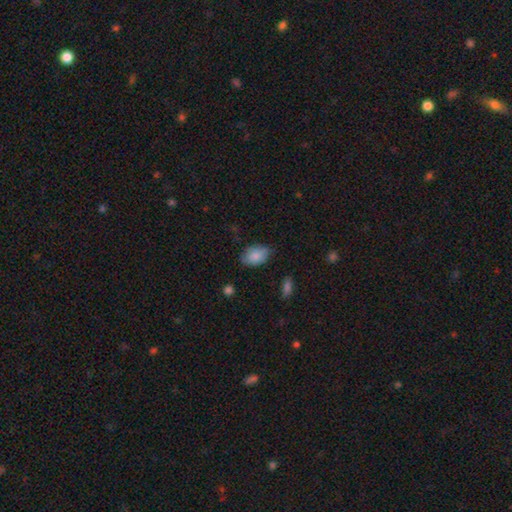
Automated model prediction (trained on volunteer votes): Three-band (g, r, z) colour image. It shows a smooth galaxy with no disk features (84%) that is in between round and cigar-shaped (87%). Merging: none (74%).